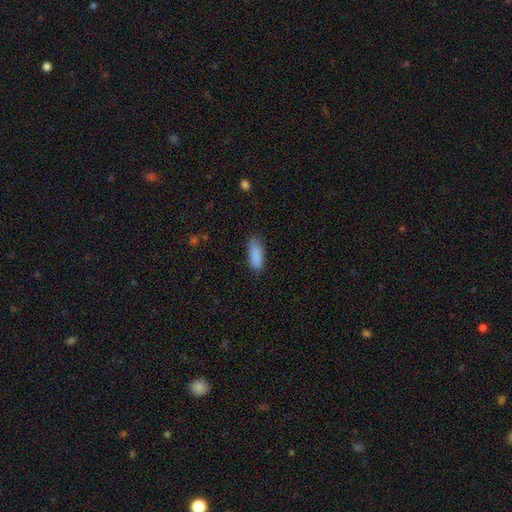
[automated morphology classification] smooth 89%, star or artifact 7%, featured or disk 4%. Down the decision tree: how rounded — in between (81%); merging — none (79%).